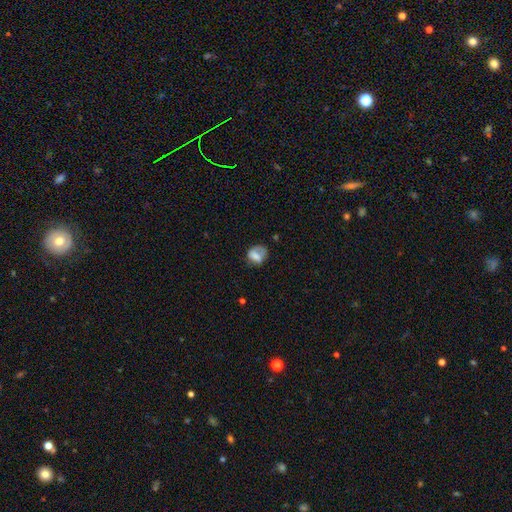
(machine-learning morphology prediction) Smooth or featured? smooth (66%)
How rounded? round (52%)
Merging? none (44%)